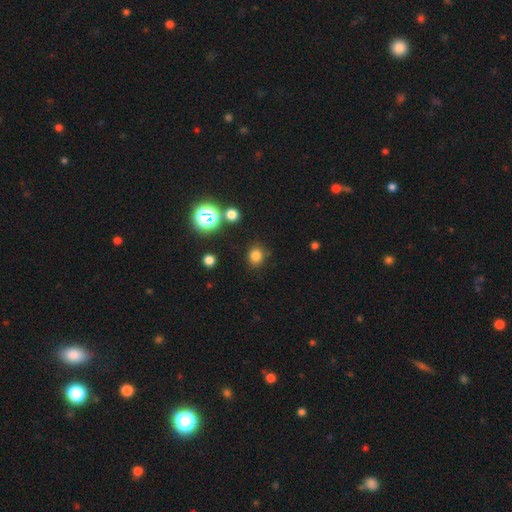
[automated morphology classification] smooth-or-featured: smooth: 77% | star or artifact: 18% | featured or disk: 5%
  how-rounded: round: 81% | in between: 18% | cigar-shaped: 1%
  merging: none: 87% | minor disturbance: 8% | major disturbance: 3% | merger: 2%